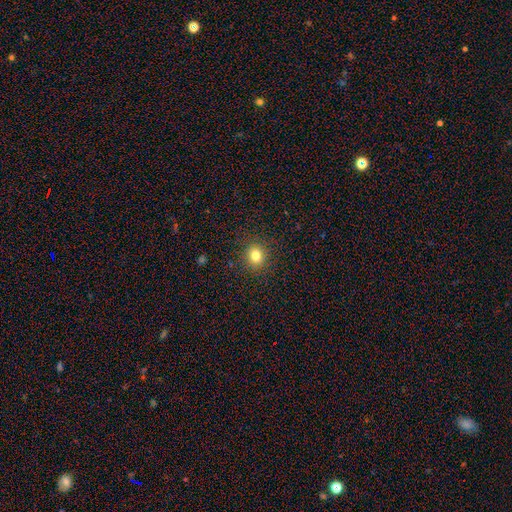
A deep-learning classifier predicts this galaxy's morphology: smooth 80%, star or artifact 13%, featured or disk 6%. Down the decision tree: how rounded — round (86%); merging — none (91%).